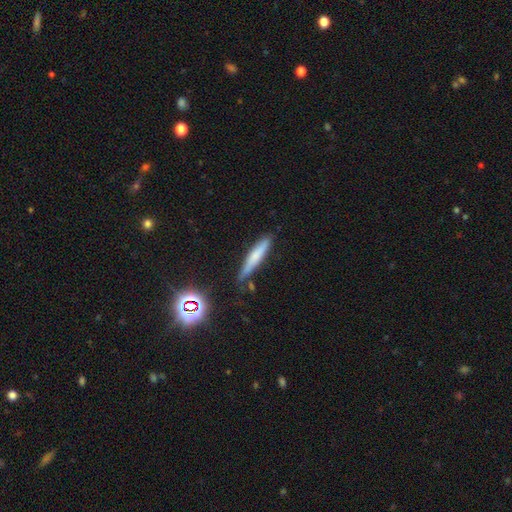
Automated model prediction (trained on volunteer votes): smooth-or-featured: smooth: 64% | featured or disk: 26% | star or artifact: 10%
  how-rounded: cigar-shaped: 90% | in between: 8% | round: 2%
  merging: none: 74% | minor disturbance: 19% | major disturbance: 4% | merger: 4%